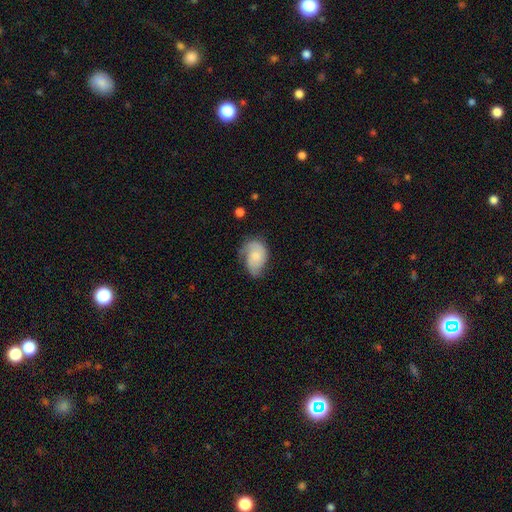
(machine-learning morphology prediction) smooth-or-featured: smooth: 53% | featured or disk: 40% | star or artifact: 7%
  how-rounded: in between: 81% | round: 18% | cigar-shaped: 1%
  merging: none: 40% | minor disturbance: 37% | major disturbance: 21% | merger: 2%